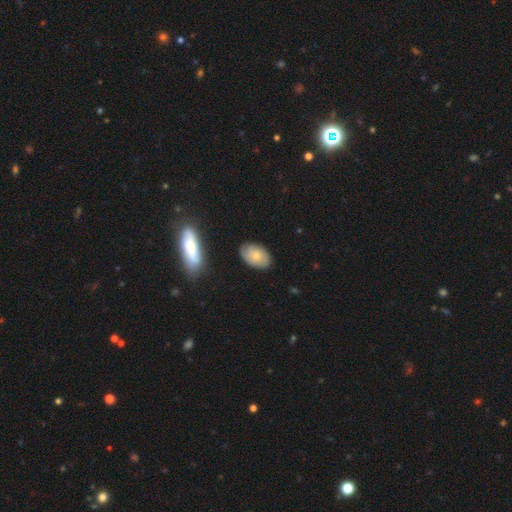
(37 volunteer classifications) A smooth galaxy with no disk features (54%) that is in between round and cigar-shaped (80%). Merging: none (80%).